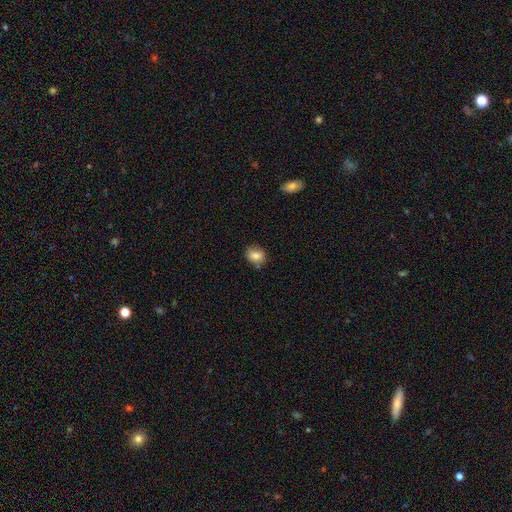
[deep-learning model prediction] Smooth or featured: smooth — 82% (star or artifact — 9%)
How rounded: round — 63% (in between — 36%)
Merging: none — 79% (minor disturbance — 15%)